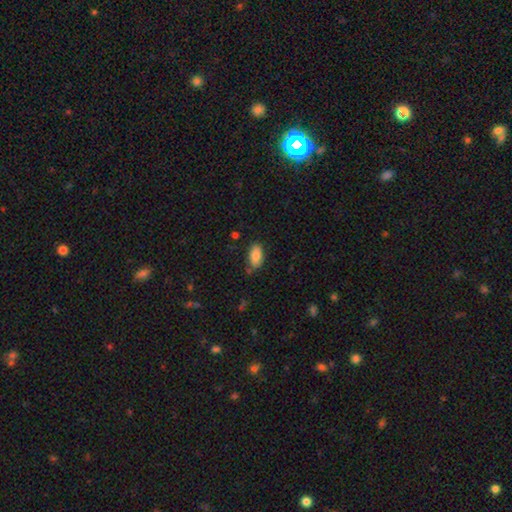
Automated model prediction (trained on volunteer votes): Overall: smooth (86%). How rounded: in between (91%). Merging: none (75%).